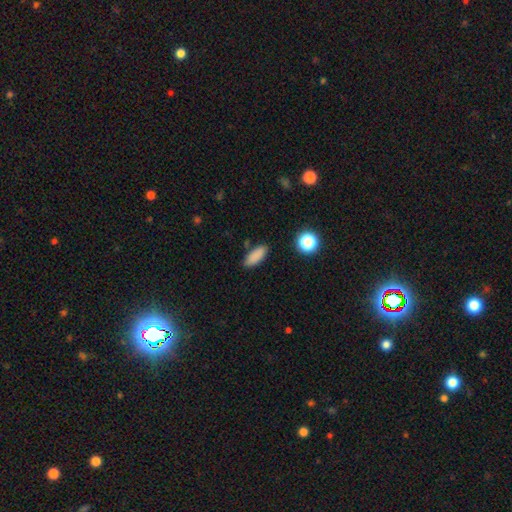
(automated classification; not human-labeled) smooth_or_featured: smooth (p=0.86) [alt: star or artifact p=0.09]
how_rounded: in between (p=0.73) [alt: cigar-shaped p=0.24]
merging: none (p=0.84) [alt: minor disturbance p=0.11]